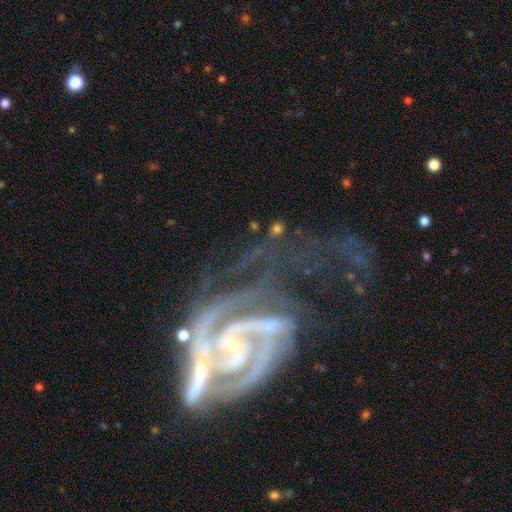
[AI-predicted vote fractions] A featured or disk galaxy (91%) with no bar (48%), 2 (61%) tight (51%) spiral arms (97%) and a small central bulge (77%). Merging: merger (36%).